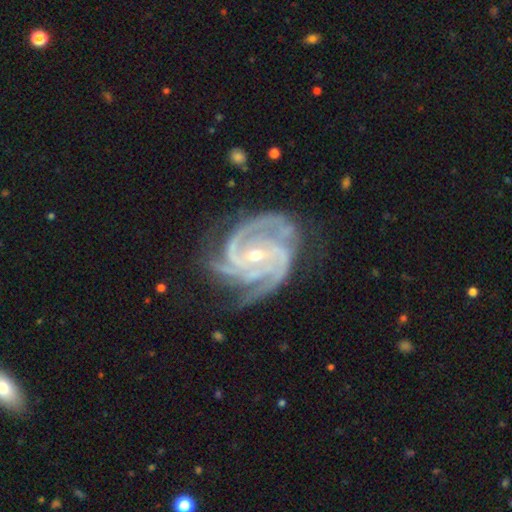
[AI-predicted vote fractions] A featured or disk galaxy (94%) with a weak bar (43%), 3 (43%) tight (60%) spiral arms (99%) and a small central bulge (60%). Merging: none (69%).